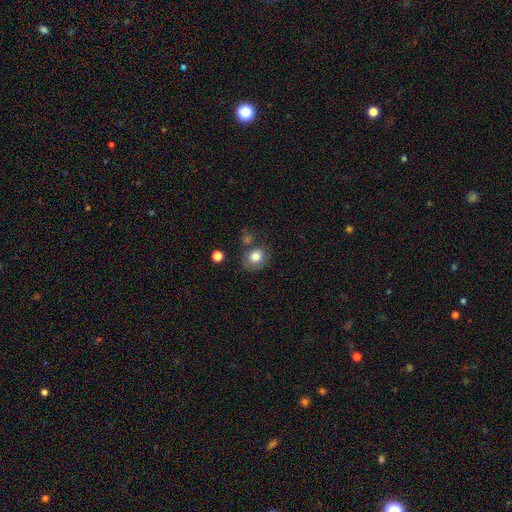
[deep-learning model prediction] Smooth or featured? smooth (75%)
How rounded? round (70%)
Merging? none (70%)